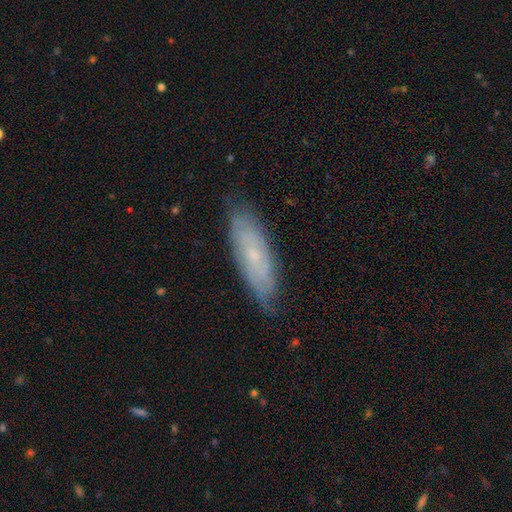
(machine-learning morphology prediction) Smooth or featured? Predicted: featured or disk (p=0.54). Edge-on disk? Predicted: no (p=0.70). Merging? Predicted: none (p=0.81).